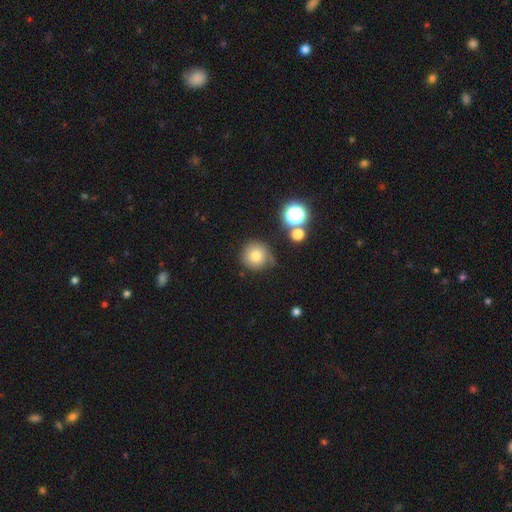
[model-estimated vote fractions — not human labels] smooth-or-featured: smooth: 76% | star or artifact: 13% | featured or disk: 11%
  how-rounded: round: 93% | in between: 6% | cigar-shaped: 1%
  merging: none: 70% | minor disturbance: 18% | major disturbance: 6% | merger: 6%